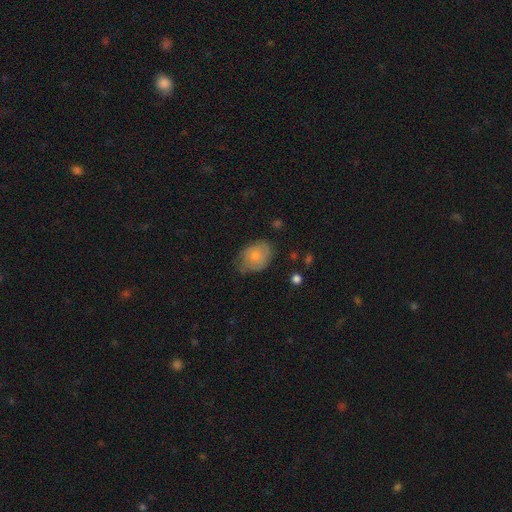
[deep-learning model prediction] A smooth galaxy with no disk features (70%) that is in between round and cigar-shaped (71%).

Vote fractions:
- Smooth or featured? smooth: 70% / featured or disk: 23% / star or artifact: 7%
- How rounded? in between: 71% / round: 28% / cigar-shaped: 1%
- Merging? none: 56% / minor disturbance: 33% / major disturbance: 9% / merger: 2%